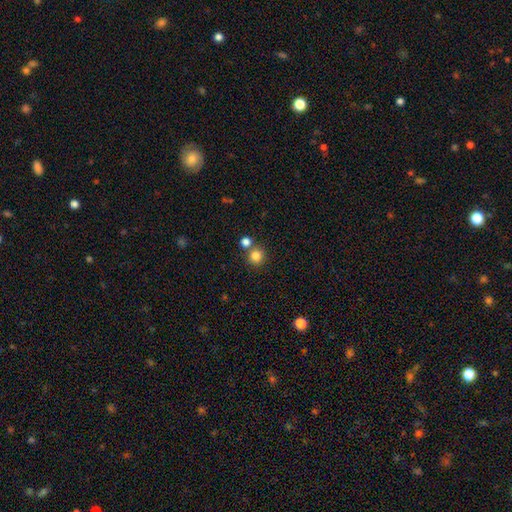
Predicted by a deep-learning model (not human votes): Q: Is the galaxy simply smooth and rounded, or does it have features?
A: smooth — 83%.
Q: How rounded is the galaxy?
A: round — 93%.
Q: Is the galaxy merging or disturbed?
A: none — 71%.